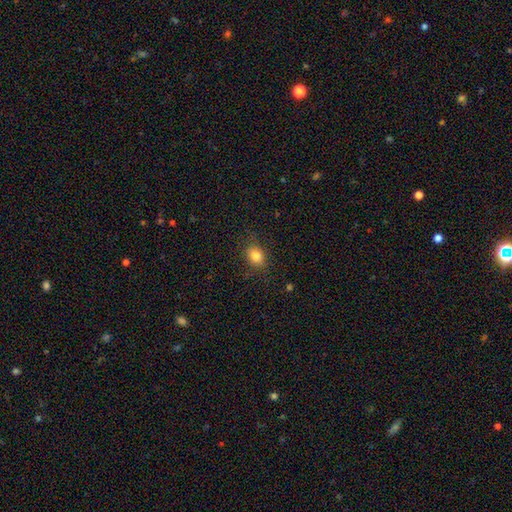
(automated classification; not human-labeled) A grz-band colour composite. It shows a smooth galaxy with no disk features (83%) that is in between round and cigar-shaped (57%). Merging: none (81%).